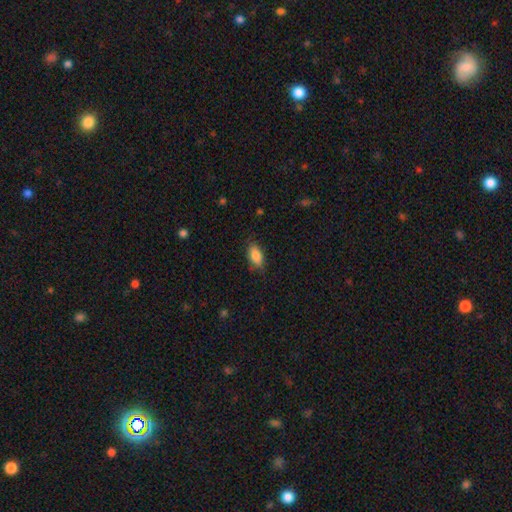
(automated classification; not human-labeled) This appears to be a smooth galaxy with no disk features (84%) that is in between round and cigar-shaped (89%). Merging: none (76%).